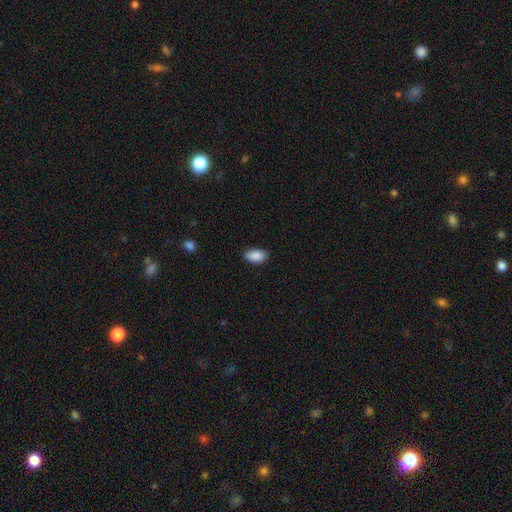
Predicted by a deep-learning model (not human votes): Smooth or featured? smooth (89%)
How rounded? in between (94%)
Merging? none (83%)